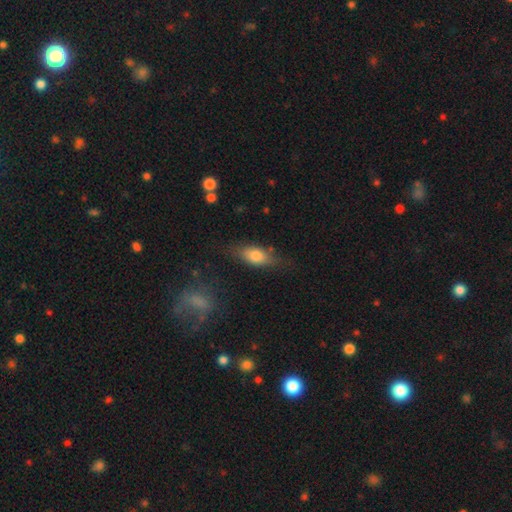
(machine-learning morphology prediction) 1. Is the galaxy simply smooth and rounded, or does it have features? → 74% smooth, 18% featured or disk, 8% star or artifact.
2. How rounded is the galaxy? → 80% in between, 14% cigar-shaped, 6% round.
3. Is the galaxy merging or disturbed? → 70% none, 20% minor disturbance, 7% major disturbance, 3% merger.